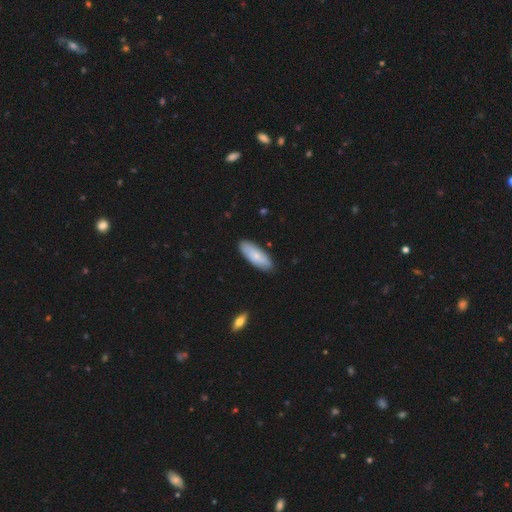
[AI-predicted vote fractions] Smooth or featured? Predicted: smooth (p=0.69). How rounded? Predicted: in between (p=0.72). Merging? Predicted: none (p=0.86).